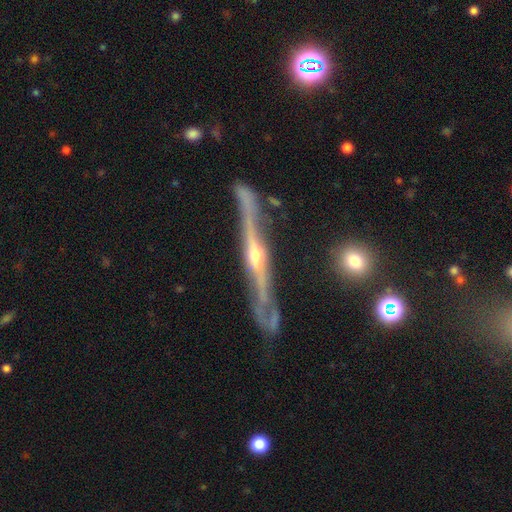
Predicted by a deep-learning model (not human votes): Q: Smooth or featured?
A: featured or disk (87%); runner-up: smooth (7%)
Q: Edge-on disk?
A: yes (89%); runner-up: no (11%)
Q: Edge-on bulge?
A: rounded (86%); runner-up: none (10%)
Q: Merging?
A: none (60%); runner-up: minor disturbance (25%)